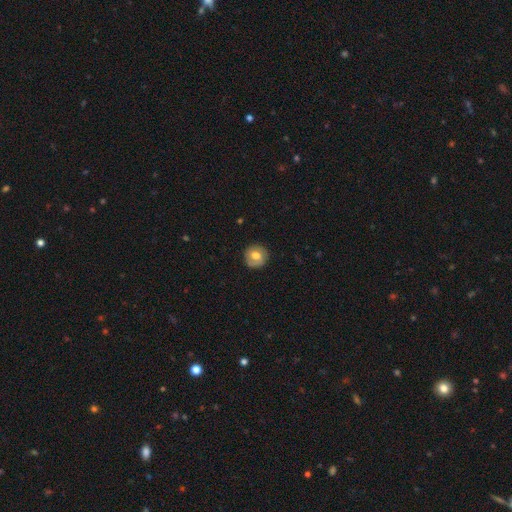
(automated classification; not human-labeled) smooth-or-featured: smooth: 62% | featured or disk: 30% | star or artifact: 7%
  how-rounded: round: 89% | in between: 10% | cigar-shaped: 1%
  merging: none: 85% | minor disturbance: 11% | major disturbance: 3% | merger: 1%